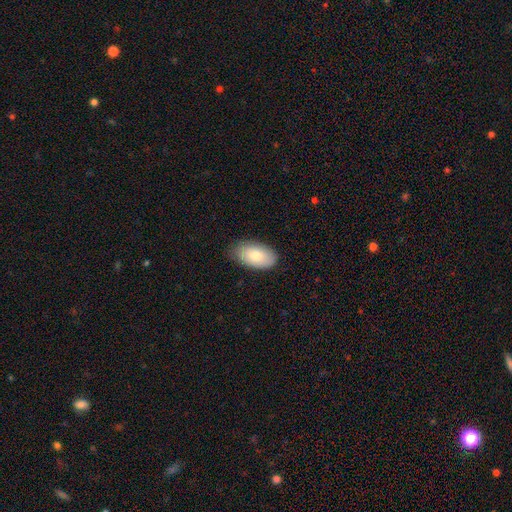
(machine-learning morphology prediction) type=smooth (80%); roundness=in between (95%); merging=none (79%).